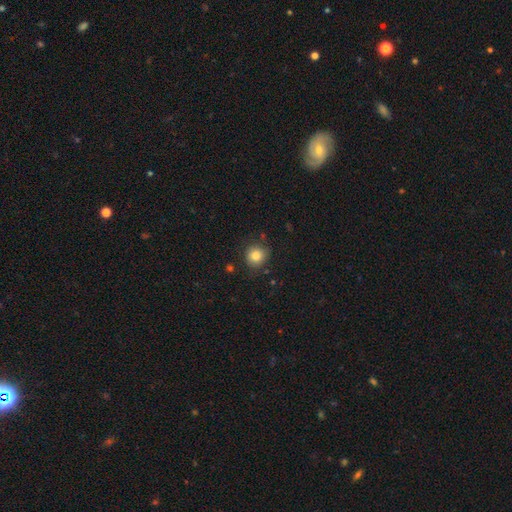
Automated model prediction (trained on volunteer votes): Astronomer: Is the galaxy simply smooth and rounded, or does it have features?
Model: smooth — 83%.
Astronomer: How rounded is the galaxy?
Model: round — 89%.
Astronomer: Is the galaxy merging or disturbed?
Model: none — 83%.